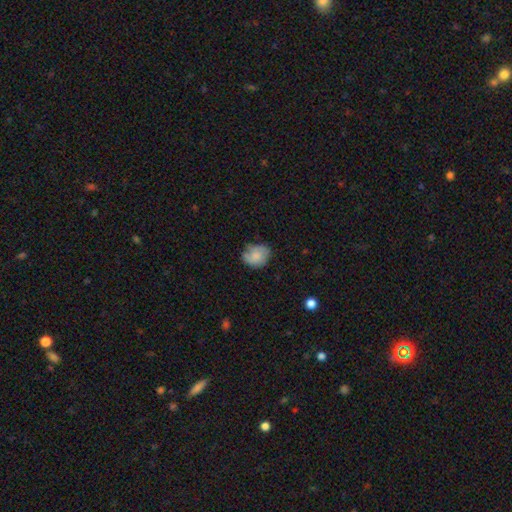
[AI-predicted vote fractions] Smooth or featured? smooth (70%)
How rounded? round (55%)
Merging? none (59%)